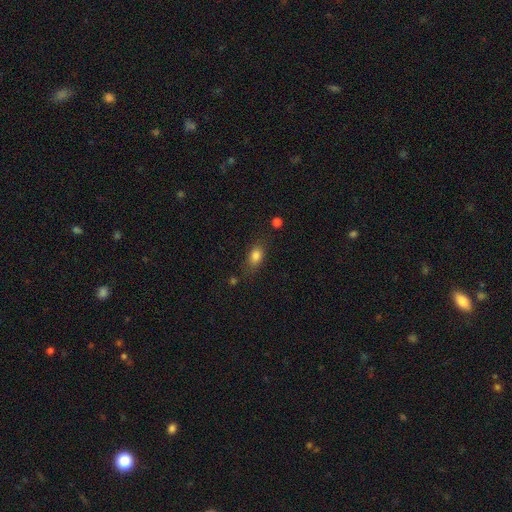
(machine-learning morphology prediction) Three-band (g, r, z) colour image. It shows a smooth galaxy with no disk features (81%) that is in between round and cigar-shaped (79%). Merging: none (72%).